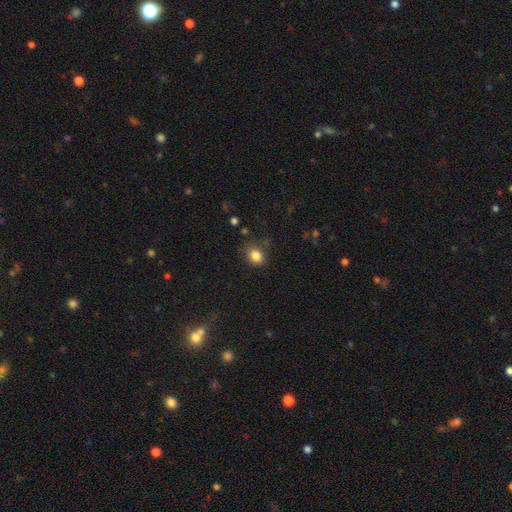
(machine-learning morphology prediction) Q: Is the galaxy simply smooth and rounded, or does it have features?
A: smooth — 84%.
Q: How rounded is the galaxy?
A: round — 60%.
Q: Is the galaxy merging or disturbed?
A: none — 77%.